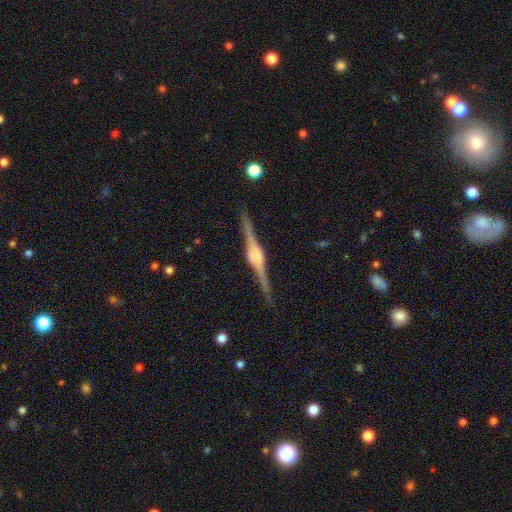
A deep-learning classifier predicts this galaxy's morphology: A featured or disk galaxy (88%) viewed edge-on (98%) with a rounded central bulge (75%). Merging: none (88%).